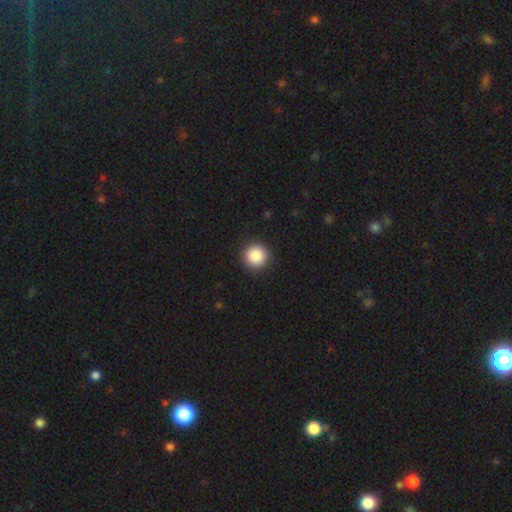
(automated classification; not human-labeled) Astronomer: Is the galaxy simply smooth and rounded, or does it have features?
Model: smooth — 88%.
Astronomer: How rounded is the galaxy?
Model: round — 96%.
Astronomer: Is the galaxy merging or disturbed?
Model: none — 92%.